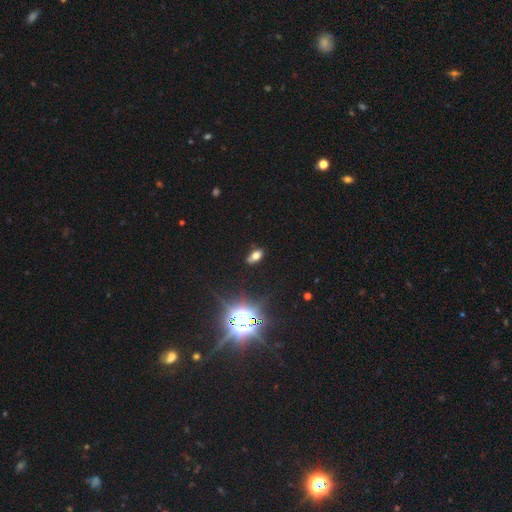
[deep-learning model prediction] Smooth or featured: smooth — 66% (star or artifact — 21%)
How rounded: in between — 87% (round — 9%)
Merging: none — 78% (minor disturbance — 15%)